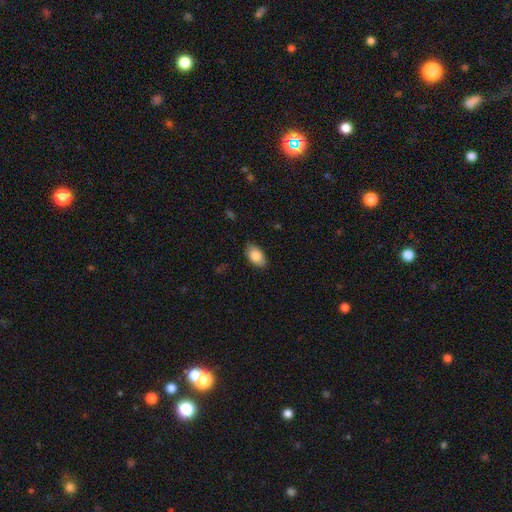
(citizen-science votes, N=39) A smooth galaxy with no disk features (82%) that is in between round and cigar-shaped (94%). Merging: none (86%).